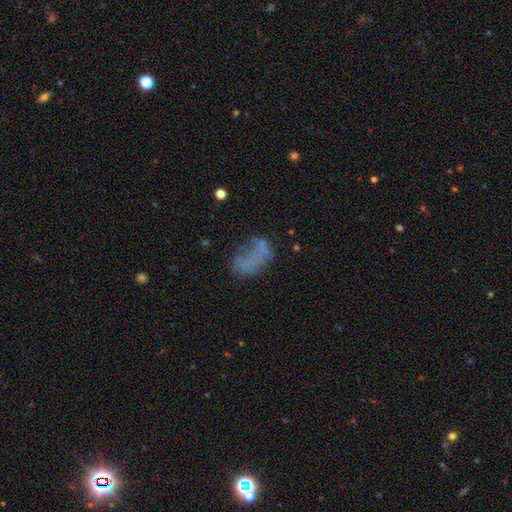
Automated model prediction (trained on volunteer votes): smooth-or-featured: smooth: 46% | featured or disk: 36% | star or artifact: 18%
  merging: none: 40% | major disturbance: 29% | minor disturbance: 22% | merger: 9%